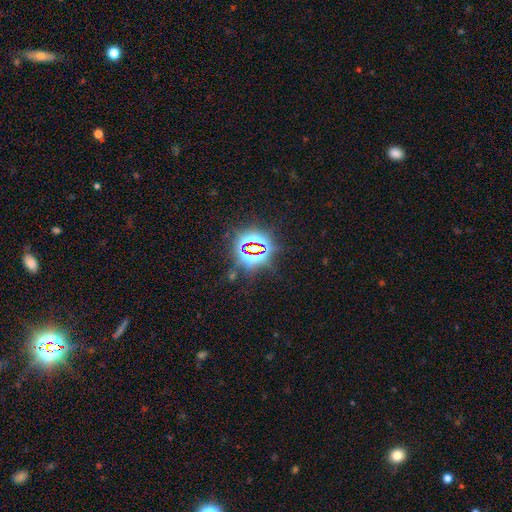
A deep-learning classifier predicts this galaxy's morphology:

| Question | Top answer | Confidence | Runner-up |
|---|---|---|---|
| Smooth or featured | star or artifact | 81% | smooth (11%) |